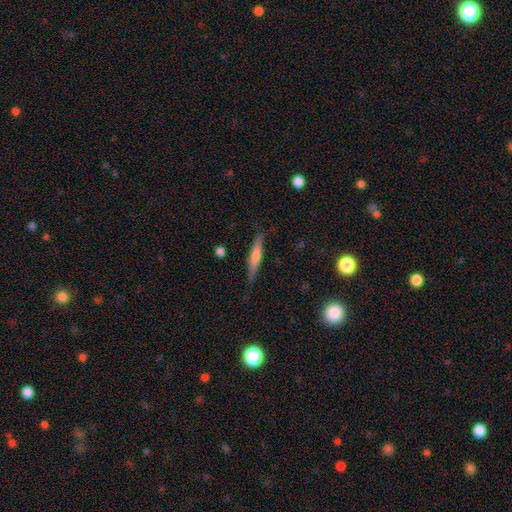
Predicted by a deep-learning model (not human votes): A featured or disk galaxy (52%) viewed edge-on (96%) with a rounded central bulge (67%).

Vote fractions:
- Smooth or featured? featured or disk: 52% / smooth: 41% / star or artifact: 7%
- Edge-on disk? yes: 96% / no: 4%
- Edge-on bulge? rounded: 67% / none: 20% / boxy: 13%
- Merging? none: 86% / minor disturbance: 11% / major disturbance: 2% / merger: 1%